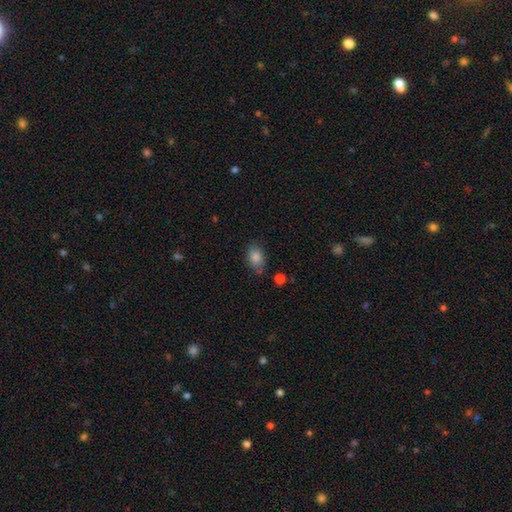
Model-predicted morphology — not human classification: This is clearly a smooth galaxy (84%). How rounded: clearly in between (81%). Merging: likely none (75%).